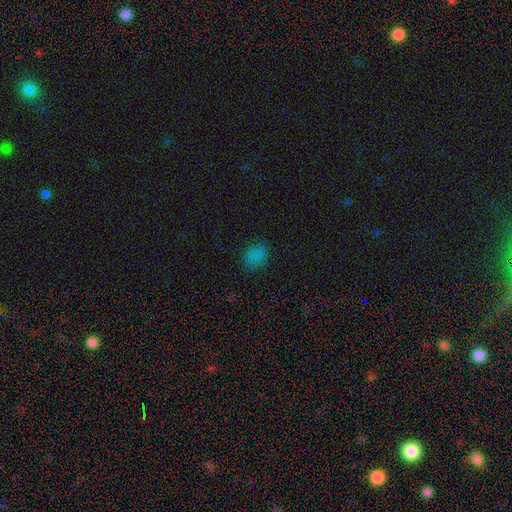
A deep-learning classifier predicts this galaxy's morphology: Q: Smooth or featured?
A: smooth (75%); runner-up: star or artifact (18%)
Q: How rounded?
A: in between (68%); runner-up: round (31%)
Q: Merging?
A: none (79%); runner-up: minor disturbance (16%)